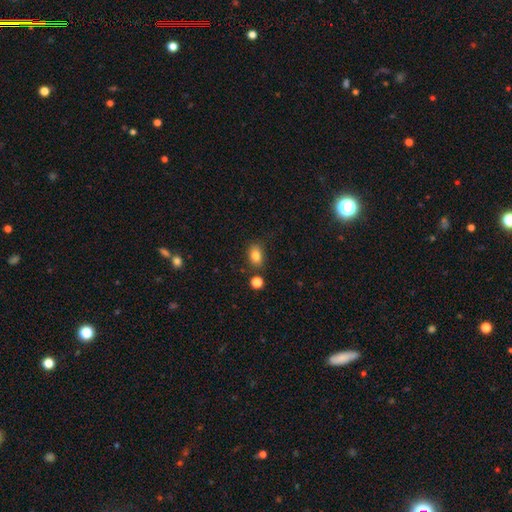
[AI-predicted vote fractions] smooth 83%, star or artifact 10%, featured or disk 7%. Down the decision tree: how rounded — in between (79%); merging — none (77%).